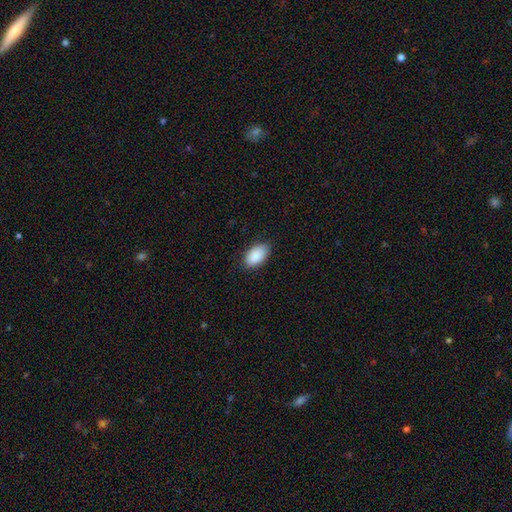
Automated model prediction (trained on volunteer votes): Smooth or featured: smooth — 90% (star or artifact — 6%)
How rounded: in between — 94% (round — 4%)
Merging: none — 84% (minor disturbance — 12%)